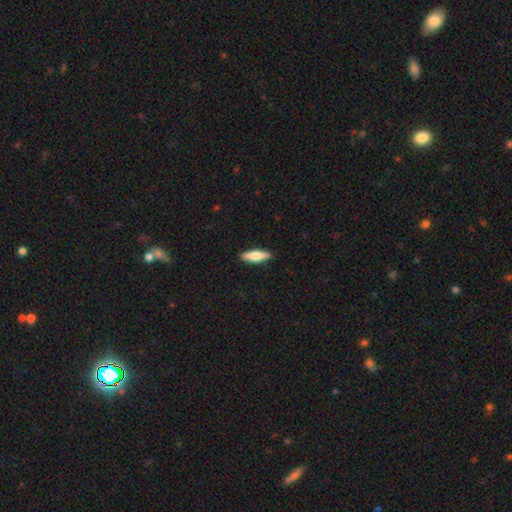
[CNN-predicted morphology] type=smooth (64%); roundness=cigar-shaped (54%); merging=none (90%).